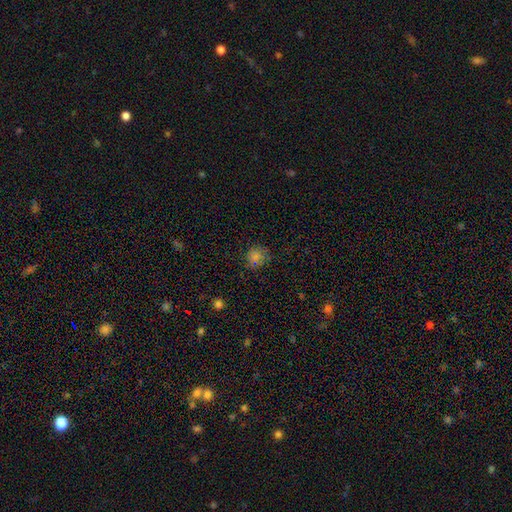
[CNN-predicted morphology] smooth-or-featured: smooth: 72% | star or artifact: 22% | featured or disk: 7%
  how-rounded: round: 86% | in between: 13% | cigar-shaped: 1%
  merging: none: 78% | minor disturbance: 15% | major disturbance: 5% | merger: 2%